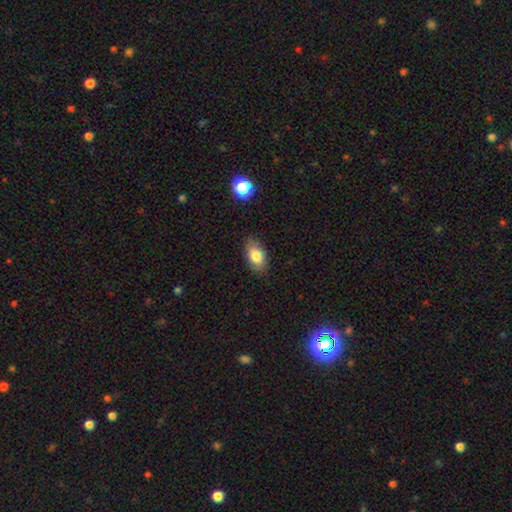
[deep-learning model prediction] Overall: smooth (82%). How rounded: in between (91%). Merging: none (84%).